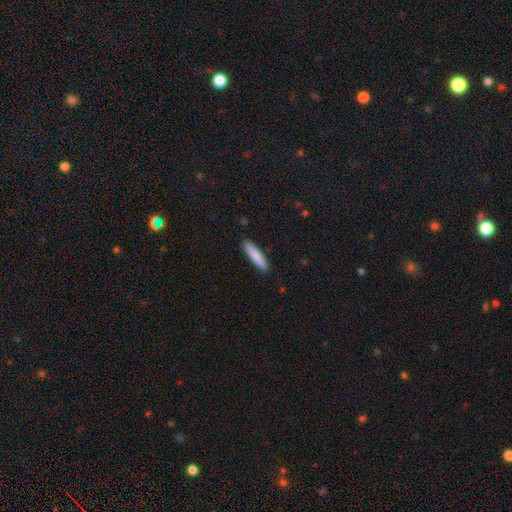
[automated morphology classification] type=smooth (83%); roundness=cigar-shaped (88%); merging=none (90%).